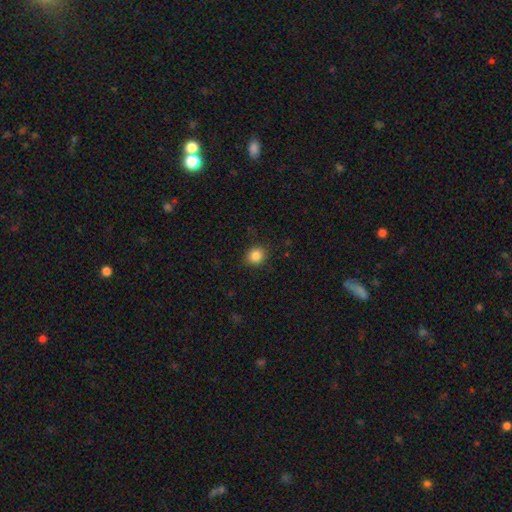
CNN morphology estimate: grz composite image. It shows a smooth galaxy with no disk features (85%) that is round (85%). Merging: none (89%).